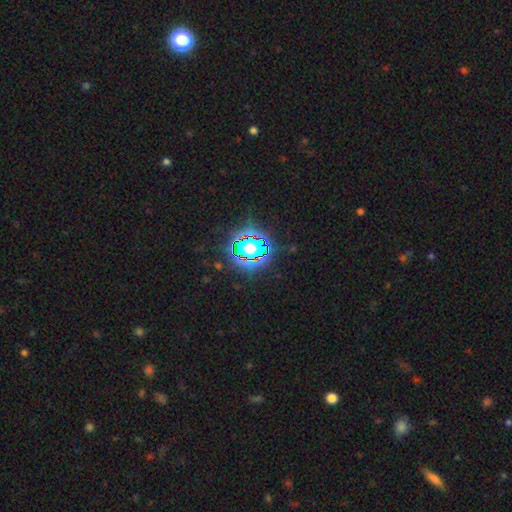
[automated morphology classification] Smooth or featured?
  - star or artifact: 73% *
  - smooth: 17%
  - featured or disk: 10%